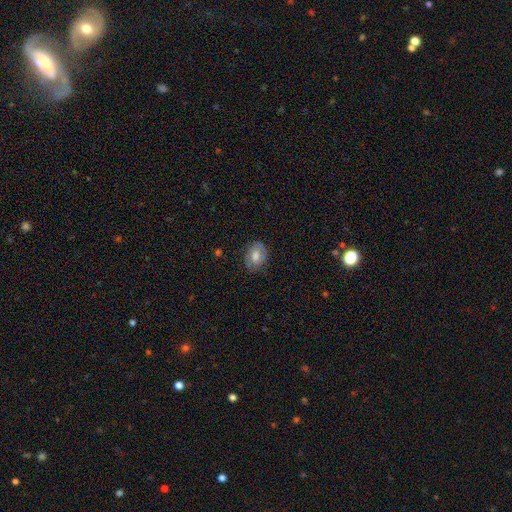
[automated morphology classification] This is possibly a smooth galaxy (52%). How rounded: likely in between (63%). Merging: clearly none (81%).